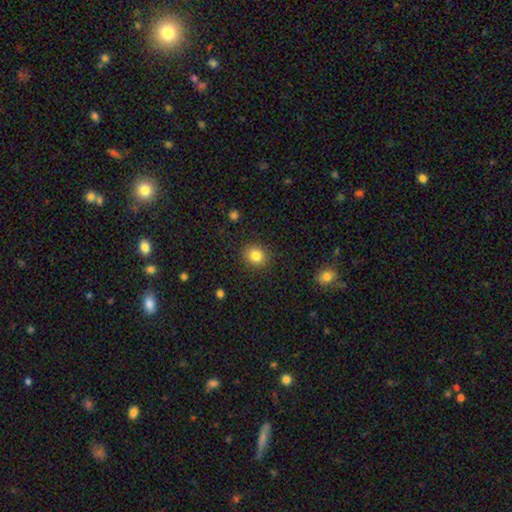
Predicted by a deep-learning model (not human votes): smooth 83%, star or artifact 10%, featured or disk 7%. Down the decision tree: how rounded — round (74%); merging — none (88%).